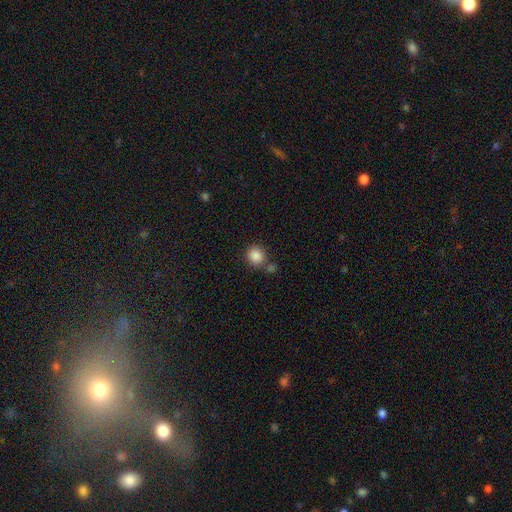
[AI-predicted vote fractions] Morphology: type=smooth (87%); roundness=round (81%); merging=none (68%).